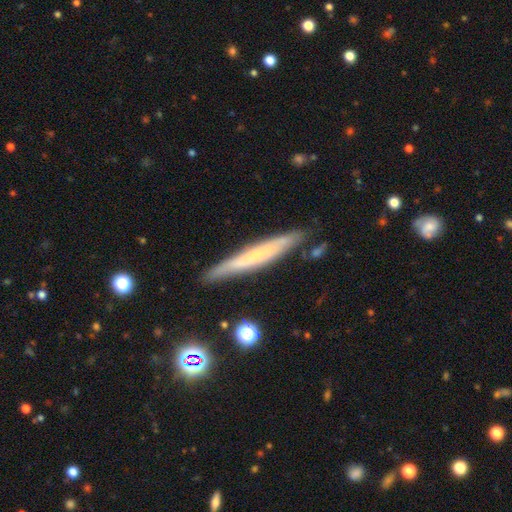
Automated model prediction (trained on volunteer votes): smooth 48%, featured or disk 44%, star or artifact 7%. Down the decision tree: merging — none (85%).